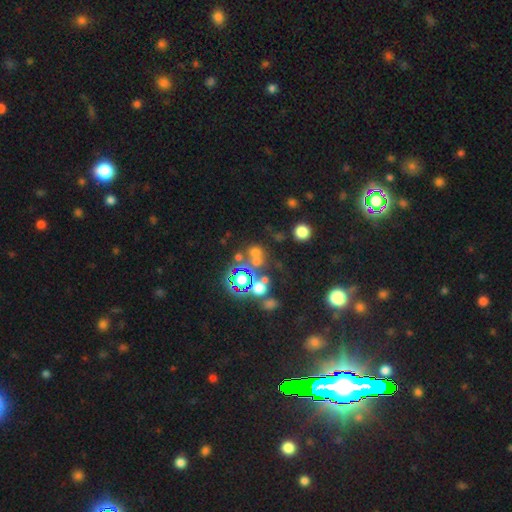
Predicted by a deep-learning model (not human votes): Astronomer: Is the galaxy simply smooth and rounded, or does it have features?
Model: smooth — 47% (runner-up: star or artifact, 38%).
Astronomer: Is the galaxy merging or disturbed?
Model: none — 51% (runner-up: merger, 29%).